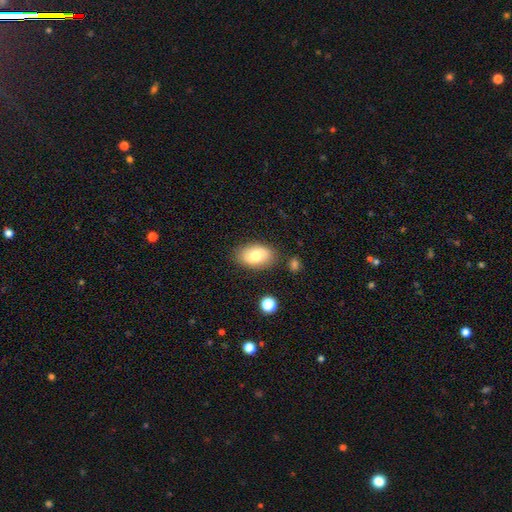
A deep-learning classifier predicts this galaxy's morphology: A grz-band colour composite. It shows a smooth galaxy with no disk features (68%) that is in between round and cigar-shaped (89%). Merging: none (81%).